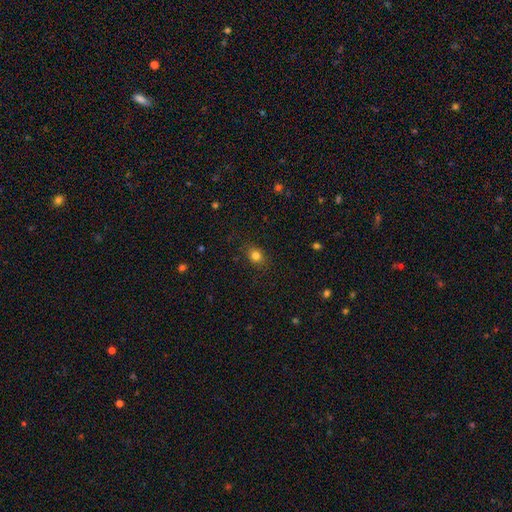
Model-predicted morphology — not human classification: Q: Smooth or featured?
A: smooth (81%); runner-up: star or artifact (12%)
Q: How rounded?
A: round (58%); runner-up: in between (41%)
Q: Merging?
A: none (84%); runner-up: minor disturbance (12%)